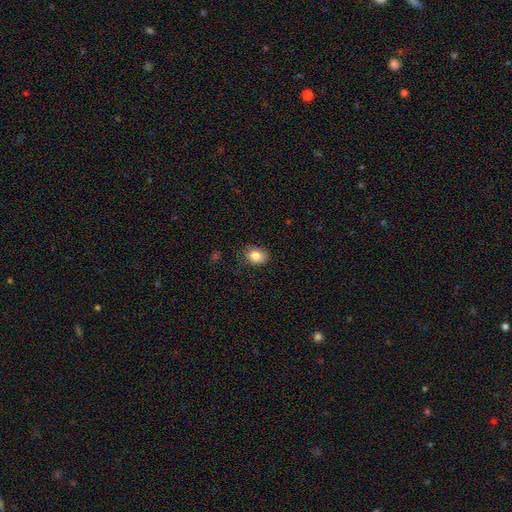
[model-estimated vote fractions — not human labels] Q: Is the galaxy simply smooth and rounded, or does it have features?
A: smooth — 84%.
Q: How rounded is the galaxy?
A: in between — 66%.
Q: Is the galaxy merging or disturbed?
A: none — 79%.